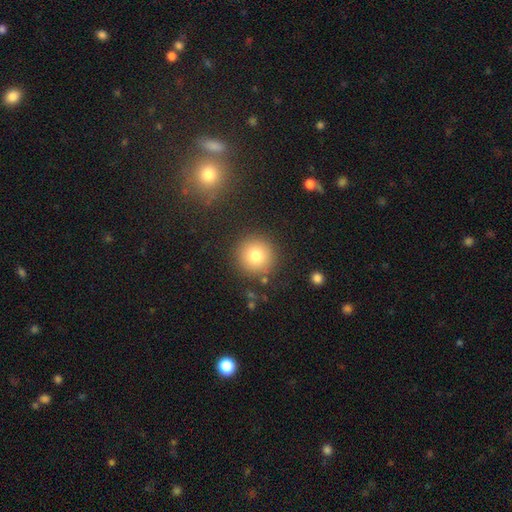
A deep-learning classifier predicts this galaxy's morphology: Smooth or featured: smooth — 79% (star or artifact — 12%)
How rounded: round — 95% (in between — 4%)
Merging: none — 88% (minor disturbance — 7%)